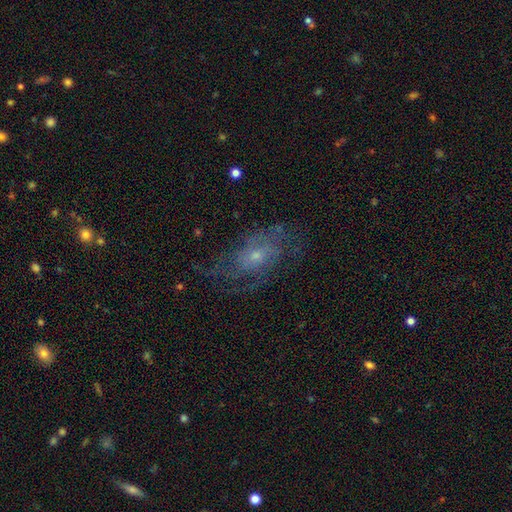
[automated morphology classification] A featured or disk galaxy (73%) with no bar (71%), medium (44%) spiral arms (85%) and a small central bulge (62%). Merging: none (63%).